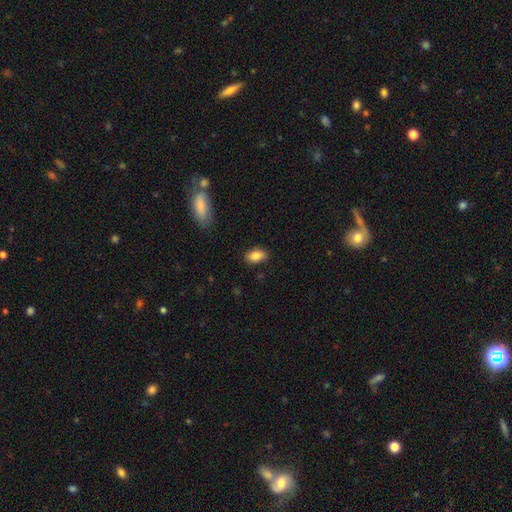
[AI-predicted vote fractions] smooth 86%, star or artifact 8%, featured or disk 6%. Down the decision tree: how rounded — in between (89%); merging — none (85%).